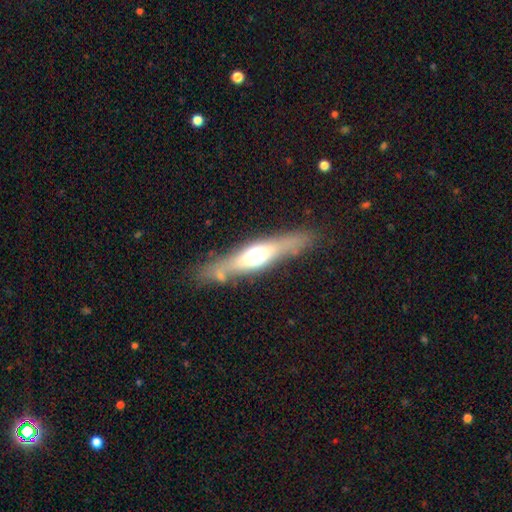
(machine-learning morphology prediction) Smooth or featured?
  - featured or disk: 58% *
  - smooth: 35%
  - star or artifact: 7%
Edge-on disk?
  - yes: 87% *
  - no: 13%
Edge-on bulge?
  - rounded: 88% *
  - boxy: 7%
  - none: 5%
Merging?
  - none: 80% *
  - minor disturbance: 13%
  - major disturbance: 4%
  - merger: 3%